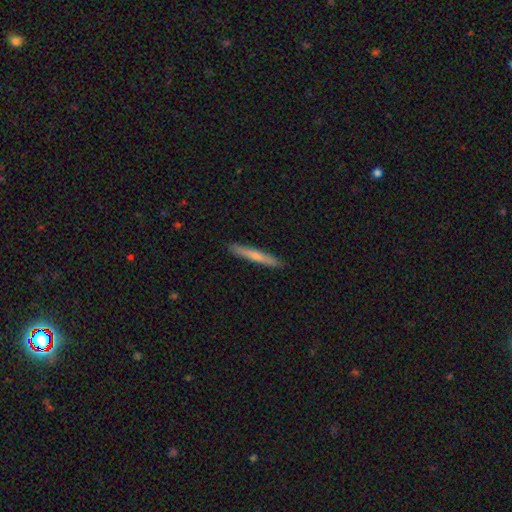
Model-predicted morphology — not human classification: smooth-or-featured: smooth: 64% | featured or disk: 30% | star or artifact: 5%
  how-rounded: cigar-shaped: 96% | in between: 3% | round: 1%
  merging: none: 90% | minor disturbance: 7% | major disturbance: 1% | merger: 1%